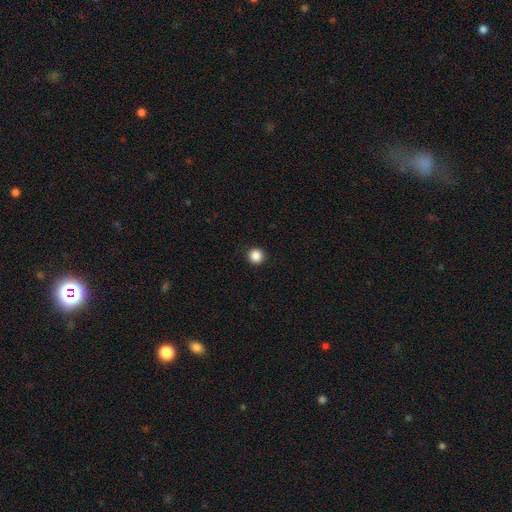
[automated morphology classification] A smooth galaxy with no disk features (87%) that is round (96%).

Vote fractions:
- Smooth or featured? smooth: 87% / star or artifact: 10% / featured or disk: 3%
- How rounded? round: 96% / in between: 3% / cigar-shaped: 1%
- Merging? none: 93% / minor disturbance: 4% / major disturbance: 1% / merger: 1%